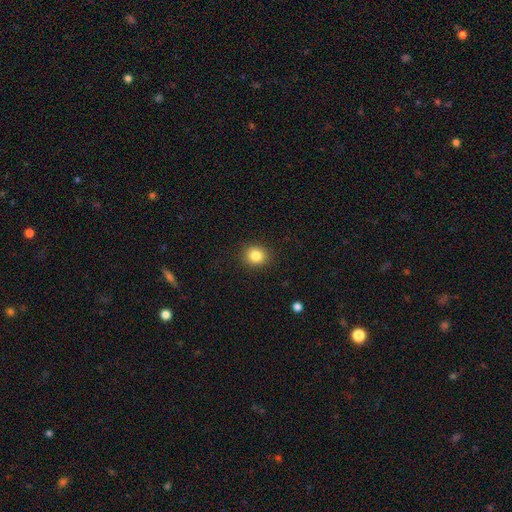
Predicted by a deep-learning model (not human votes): This is clearly a smooth galaxy (84%). How rounded: clearly round (83%). Merging: clearly none (91%).